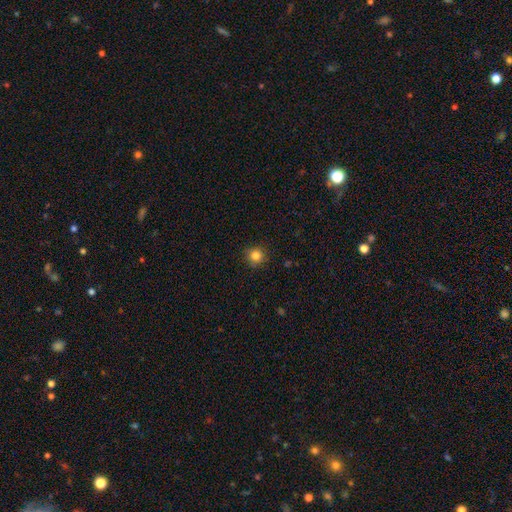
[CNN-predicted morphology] type=smooth (84%); roundness=round (93%); merging=none (89%).